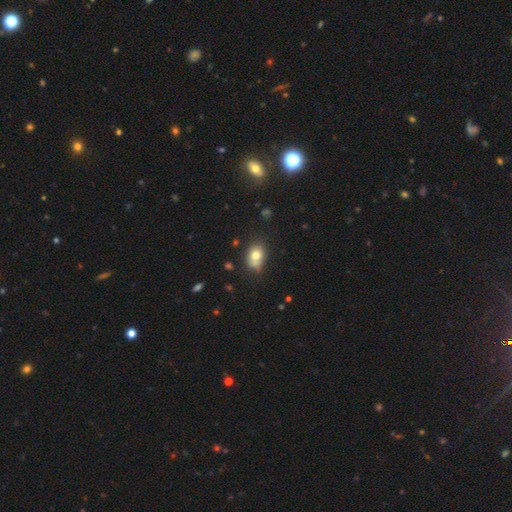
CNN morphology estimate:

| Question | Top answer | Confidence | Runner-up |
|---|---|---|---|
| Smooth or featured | smooth | 77% | featured or disk (13%) |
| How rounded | in between | 69% | round (29%) |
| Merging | none | 56% | minor disturbance (30%) |